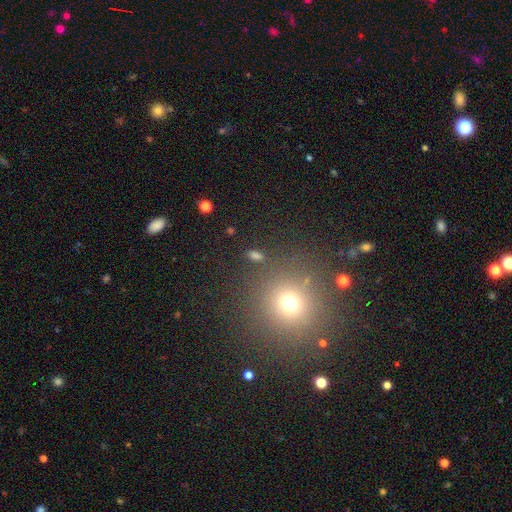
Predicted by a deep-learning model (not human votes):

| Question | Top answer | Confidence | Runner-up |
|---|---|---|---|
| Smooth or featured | smooth | 68% | star or artifact (23%) |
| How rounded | in between | 64% | round (29%) |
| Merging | none | 83% | minor disturbance (8%) |